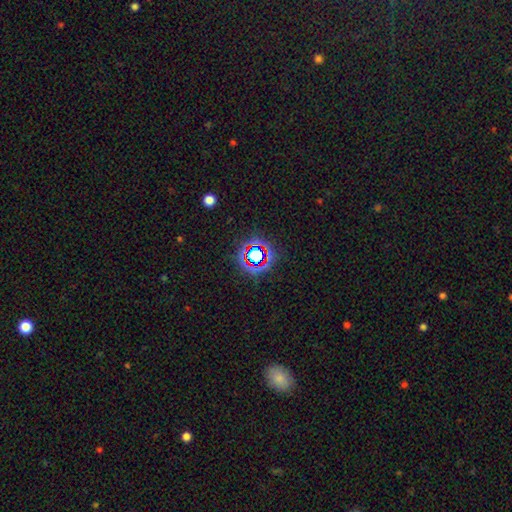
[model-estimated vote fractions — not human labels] smooth-or-featured: star or artifact: 70% | smooth: 19% | featured or disk: 12%